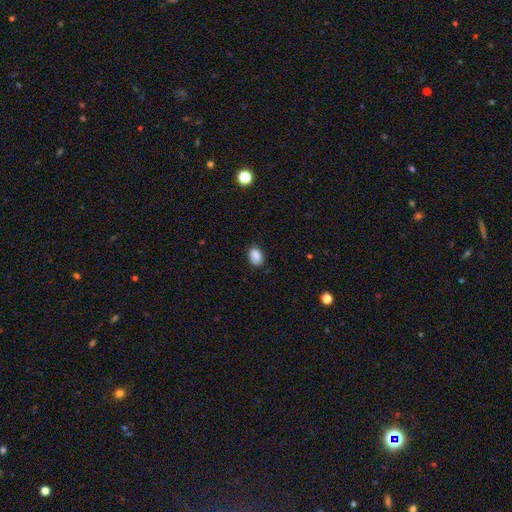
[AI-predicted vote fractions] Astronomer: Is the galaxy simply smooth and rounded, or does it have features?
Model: smooth — 89%.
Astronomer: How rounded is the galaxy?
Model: in between — 84%.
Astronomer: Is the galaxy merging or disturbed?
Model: none — 85%.